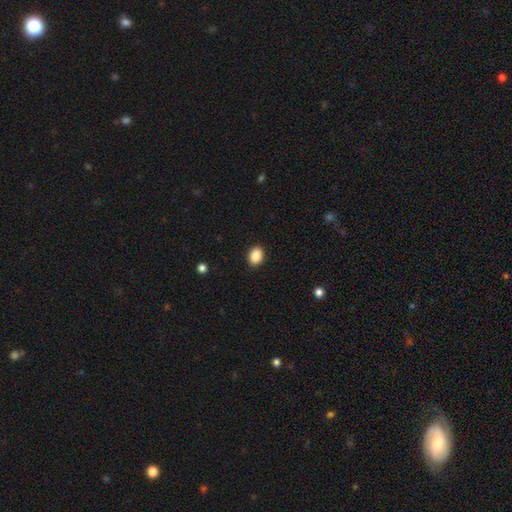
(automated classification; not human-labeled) This appears to be a smooth galaxy with no disk features (88%) that is in between round and cigar-shaped (59%). Merging: none (90%).